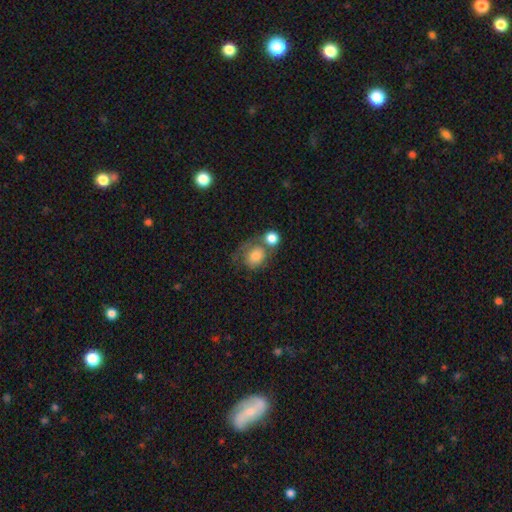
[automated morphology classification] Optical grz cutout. It shows a smooth galaxy with no disk features (68%) that is round (66%). Merging: merger (42%).